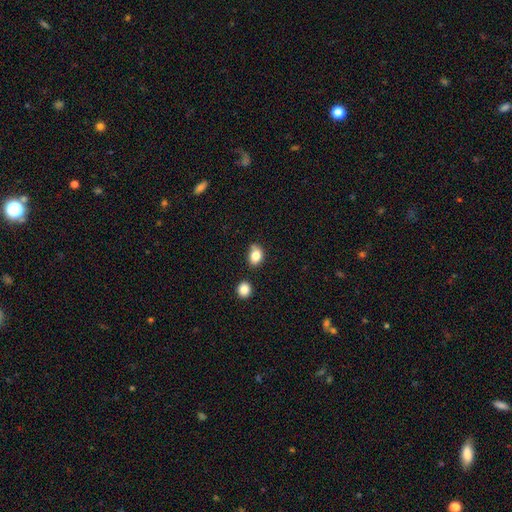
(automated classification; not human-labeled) A smooth galaxy with no disk features (83%) that is in between round and cigar-shaped (62%).

Vote fractions:
- Smooth or featured? smooth: 83% / star or artifact: 10% / featured or disk: 7%
- How rounded? in between: 62% / round: 36% / cigar-shaped: 1%
- Merging? none: 63% / minor disturbance: 23% / merger: 9% / major disturbance: 5%